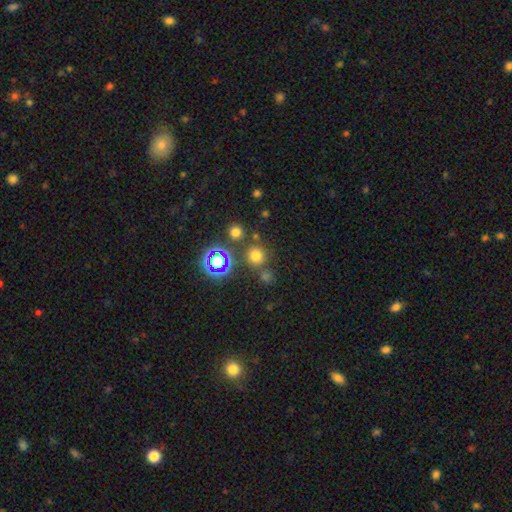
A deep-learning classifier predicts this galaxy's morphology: Smooth or featured? Predicted: smooth (p=0.68). How rounded? Predicted: round (p=0.91). Merging? Predicted: none (p=0.75).